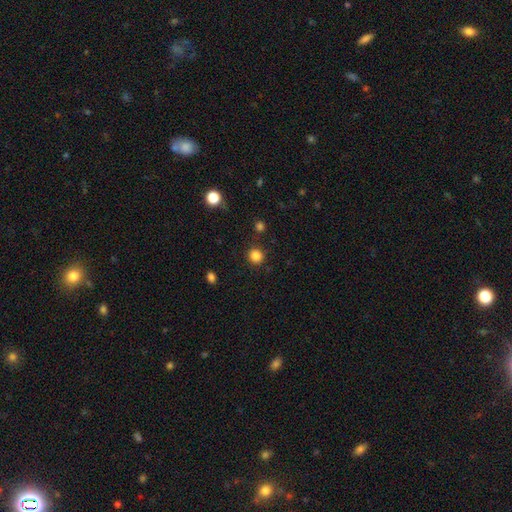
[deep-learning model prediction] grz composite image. It shows a smooth galaxy with no disk features (84%) that is round (93%). Merging: none (88%).